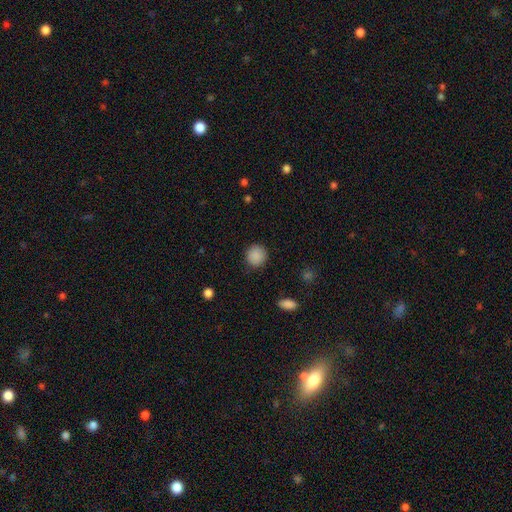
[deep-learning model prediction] Smooth or featured? smooth (89%)
How rounded? round (89%)
Merging? none (87%)